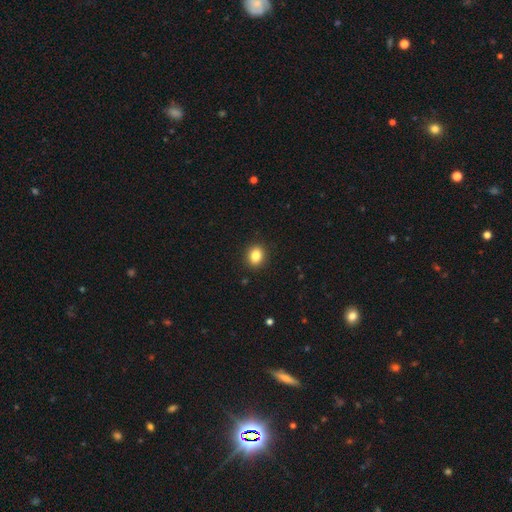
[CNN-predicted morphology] Overall: smooth (85%). How rounded: round (55%; in between 44%). Merging: none (91%).